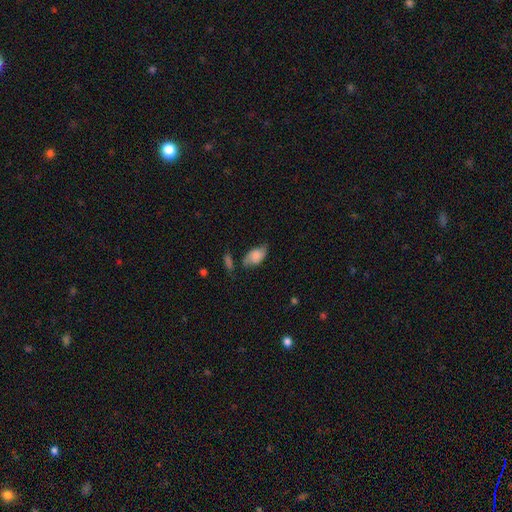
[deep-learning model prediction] Q: Smooth or featured?
A: smooth (64%); runner-up: featured or disk (27%)
Q: How rounded?
A: in between (91%); runner-up: round (6%)
Q: Merging?
A: none (46%); runner-up: minor disturbance (32%)